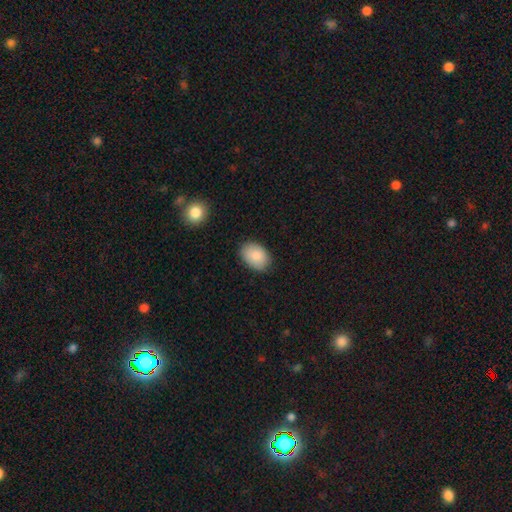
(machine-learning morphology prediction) Smooth or featured? Predicted: smooth (p=0.86). How rounded? Predicted: in between (p=0.82). Merging? Predicted: none (p=0.84).